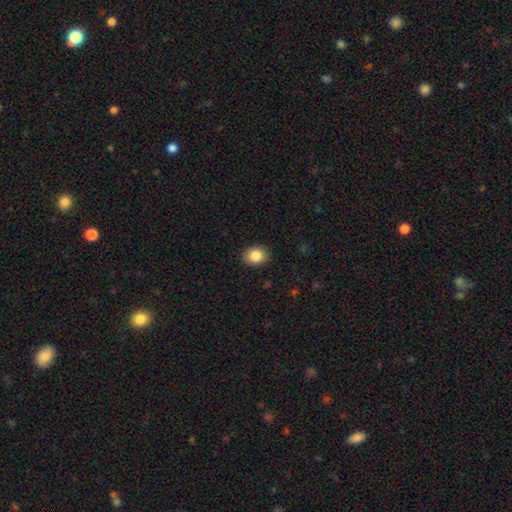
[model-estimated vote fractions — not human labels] Smooth or featured: smooth — 86% (star or artifact — 9%)
How rounded: round — 58% (in between — 41%)
Merging: none — 90% (minor disturbance — 7%)